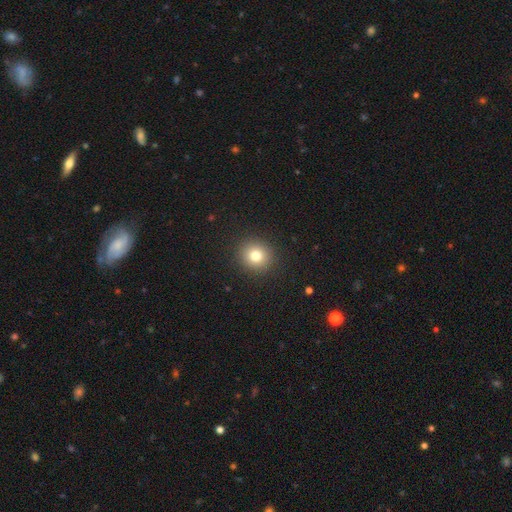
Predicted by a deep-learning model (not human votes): A smooth galaxy with no disk features (79%) that is round (89%).

Vote fractions:
- Smooth or featured? smooth: 79% / star or artifact: 13% / featured or disk: 9%
- How rounded? round: 89% / in between: 10% / cigar-shaped: 1%
- Merging? none: 91% / minor disturbance: 6% / major disturbance: 2% / merger: 1%